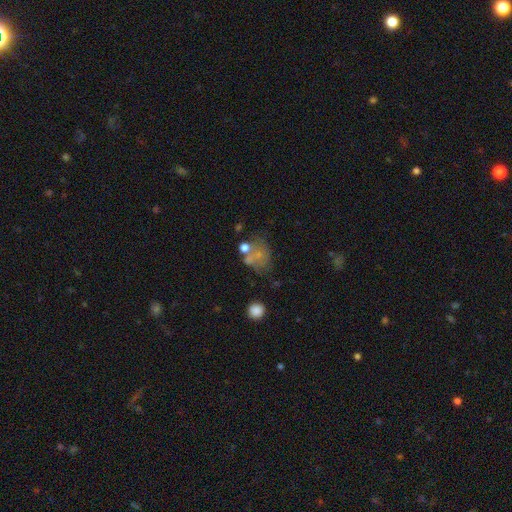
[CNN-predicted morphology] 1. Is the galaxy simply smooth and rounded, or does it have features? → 53% smooth, 33% featured or disk, 14% star or artifact.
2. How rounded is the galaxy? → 50% round, 49% in between, 1% cigar-shaped.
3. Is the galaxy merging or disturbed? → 34% none, 23% major disturbance, 22% minor disturbance, 21% merger.